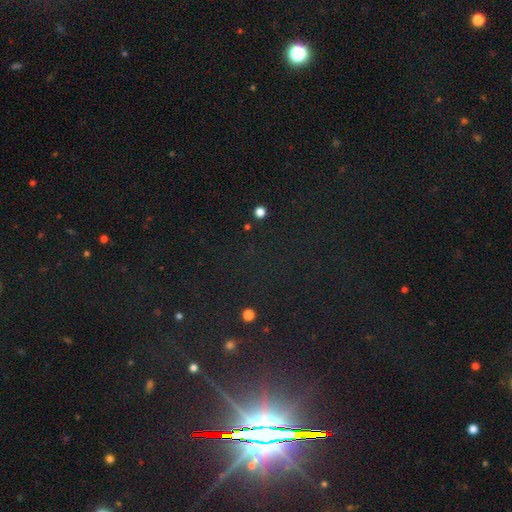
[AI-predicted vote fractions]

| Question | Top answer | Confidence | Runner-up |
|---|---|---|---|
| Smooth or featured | star or artifact | 83% | featured or disk (9%) |